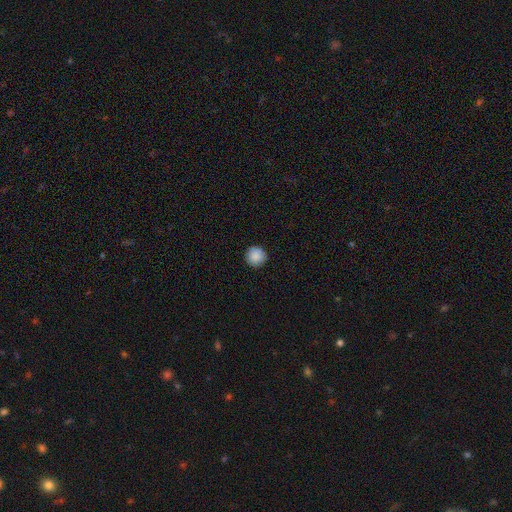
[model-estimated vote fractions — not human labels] Smooth or featured: smooth — 88% (star or artifact — 9%)
How rounded: round — 96% (in between — 3%)
Merging: none — 92% (minor disturbance — 6%)